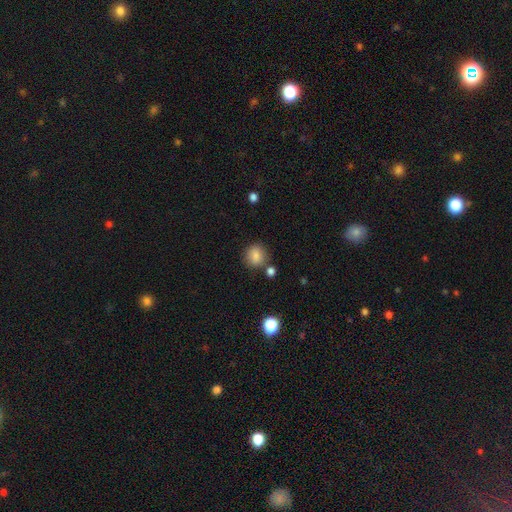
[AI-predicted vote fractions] Smooth or featured? Predicted: smooth (p=0.84). How rounded? Predicted: round (p=0.82). Merging? Predicted: none (p=0.77).